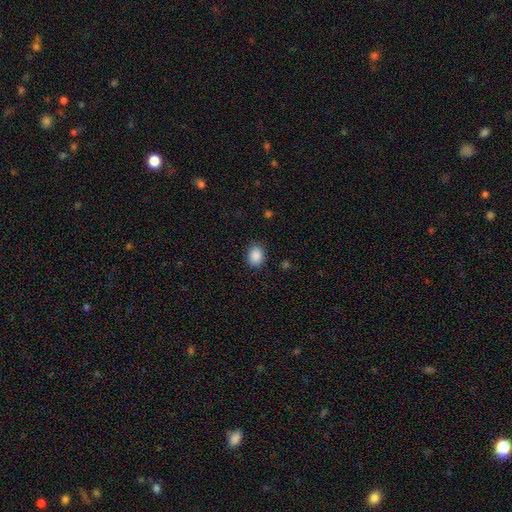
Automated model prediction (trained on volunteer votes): This appears to be a smooth galaxy with no disk features (89%) that is in between round and cigar-shaped (66%). Merging: none (86%).